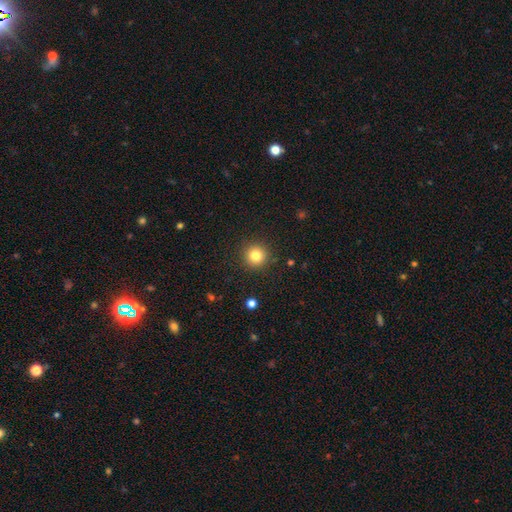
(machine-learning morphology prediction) A smooth galaxy with no disk features (81%) that is round (95%).

Vote fractions:
- Smooth or featured? smooth: 81% / star or artifact: 12% / featured or disk: 7%
- How rounded? round: 95% / in between: 4% / cigar-shaped: 1%
- Merging? none: 91% / minor disturbance: 5% / major disturbance: 2% / merger: 1%